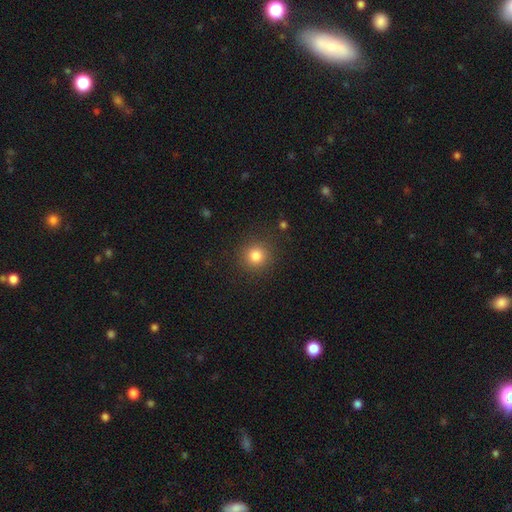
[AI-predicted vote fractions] Smooth or featured?
  - smooth: 82% *
  - star or artifact: 12%
  - featured or disk: 6%
How rounded?
  - round: 93% *
  - in between: 6%
  - cigar-shaped: 1%
Merging?
  - none: 89% *
  - minor disturbance: 7%
  - major disturbance: 3%
  - merger: 2%